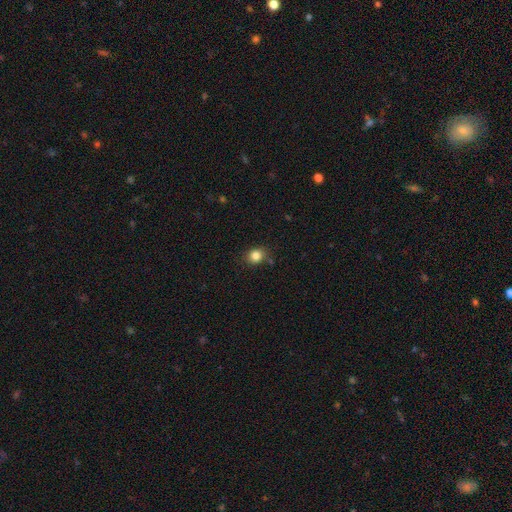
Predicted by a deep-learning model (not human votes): smooth-or-featured: smooth: 84% | star or artifact: 11% | featured or disk: 5%
  how-rounded: round: 67% | in between: 32% | cigar-shaped: 1%
  merging: none: 81% | minor disturbance: 13% | major disturbance: 3% | merger: 3%